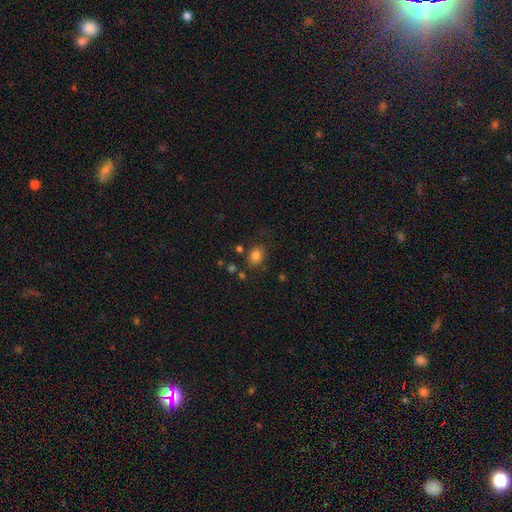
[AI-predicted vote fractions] Morphology: type=smooth (82%); roundness=in between (51%); merging=none (76%).